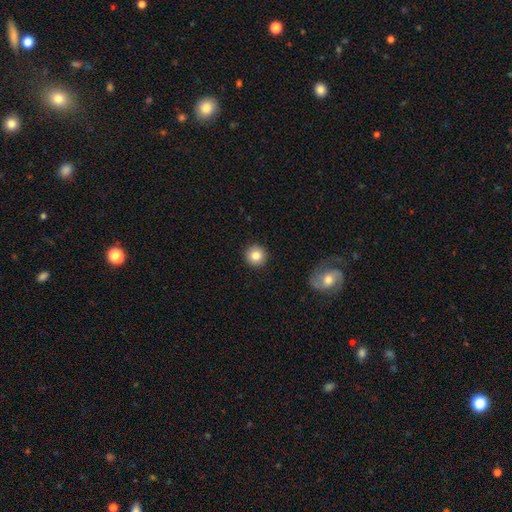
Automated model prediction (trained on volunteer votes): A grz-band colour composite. It shows a smooth galaxy with no disk features (82%) that is round (95%). Merging: none (92%).